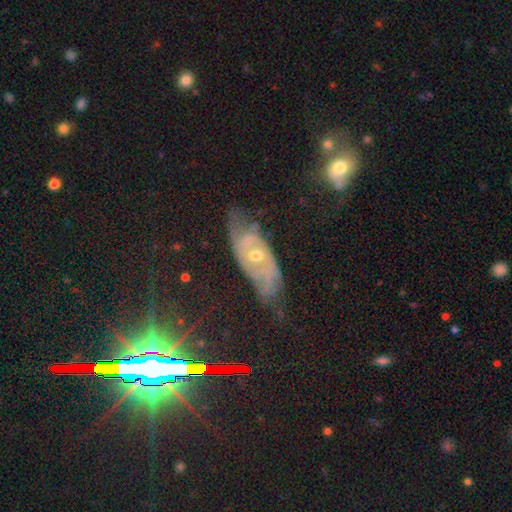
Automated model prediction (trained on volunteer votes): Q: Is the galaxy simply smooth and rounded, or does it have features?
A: featured or disk — 74%.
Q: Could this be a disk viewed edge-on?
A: no — 87%.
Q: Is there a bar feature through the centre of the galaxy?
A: no — 67%.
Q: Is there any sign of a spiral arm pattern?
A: yes — 85%.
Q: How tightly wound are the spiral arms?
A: tight — 50%.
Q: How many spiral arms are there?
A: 2 — 43%.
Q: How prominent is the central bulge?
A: moderate — 55%.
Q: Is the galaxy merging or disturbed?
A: none — 58%.